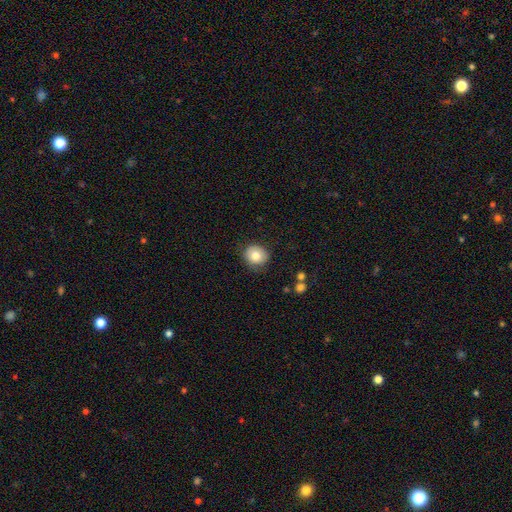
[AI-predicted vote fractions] Q: Smooth or featured?
A: smooth (81%); runner-up: featured or disk (10%)
Q: How rounded?
A: round (80%); runner-up: in between (19%)
Q: Merging?
A: none (83%); runner-up: minor disturbance (13%)